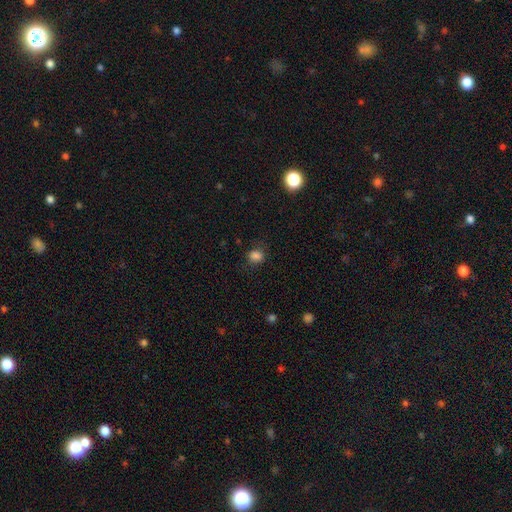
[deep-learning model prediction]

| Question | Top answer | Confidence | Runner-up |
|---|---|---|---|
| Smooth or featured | smooth | 83% | star or artifact (13%) |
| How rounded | round | 59% | in between (40%) |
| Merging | none | 78% | minor disturbance (15%) |